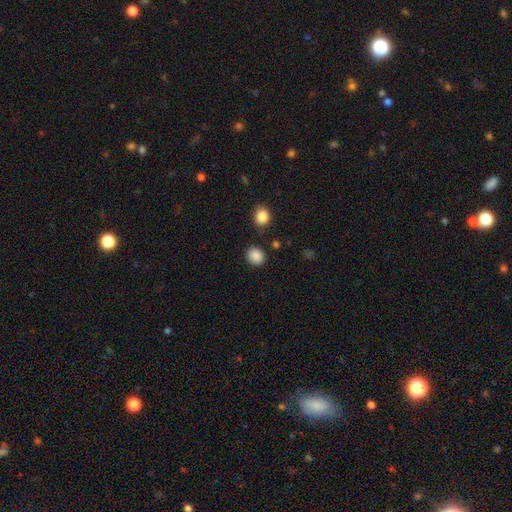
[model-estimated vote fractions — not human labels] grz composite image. It shows a smooth galaxy with no disk features (87%) that is round (72%). Merging: none (84%).